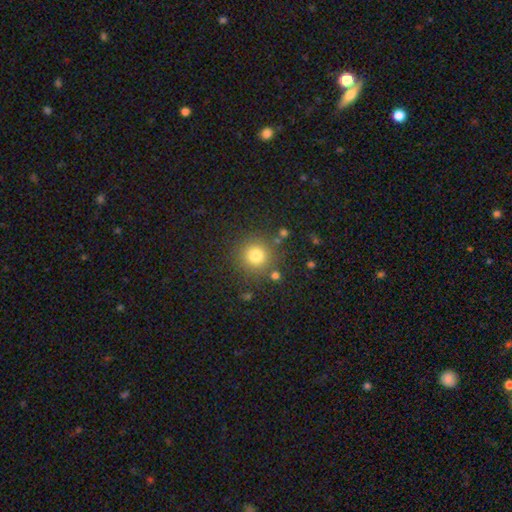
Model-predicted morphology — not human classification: A smooth galaxy with no disk features (78%) that is round (94%).

Vote fractions:
- Smooth or featured? smooth: 78% / star or artifact: 14% / featured or disk: 7%
- How rounded? round: 94% / in between: 5% / cigar-shaped: 1%
- Merging? none: 85% / minor disturbance: 8% / merger: 4% / major disturbance: 3%